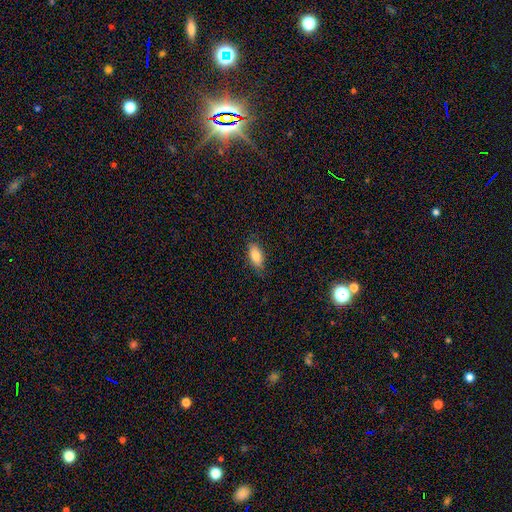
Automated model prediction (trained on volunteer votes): Smooth or featured? smooth (81%)
How rounded? in between (87%)
Merging? none (81%)